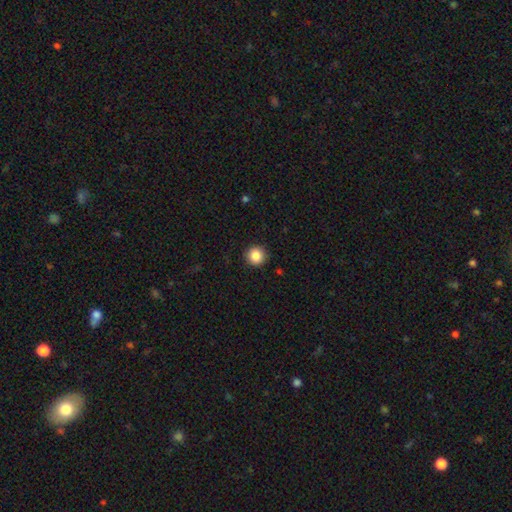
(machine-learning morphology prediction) Smooth or featured? smooth (87%)
How rounded? round (95%)
Merging? none (92%)